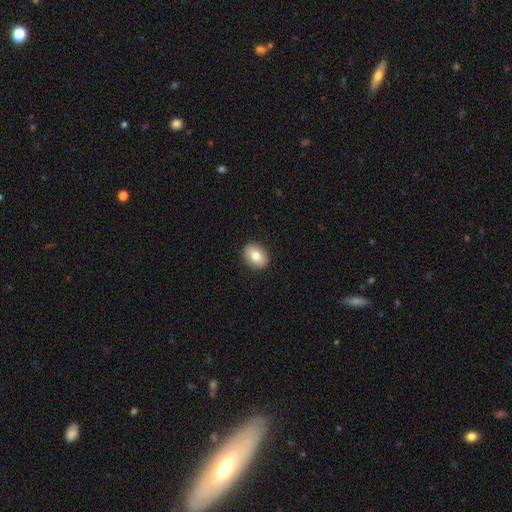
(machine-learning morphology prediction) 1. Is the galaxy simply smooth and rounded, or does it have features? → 78% smooth, 14% featured or disk, 8% star or artifact.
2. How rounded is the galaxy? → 59% in between, 39% round, 1% cigar-shaped.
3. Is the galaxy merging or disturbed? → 91% none, 7% minor disturbance, 2% major disturbance, 1% merger.